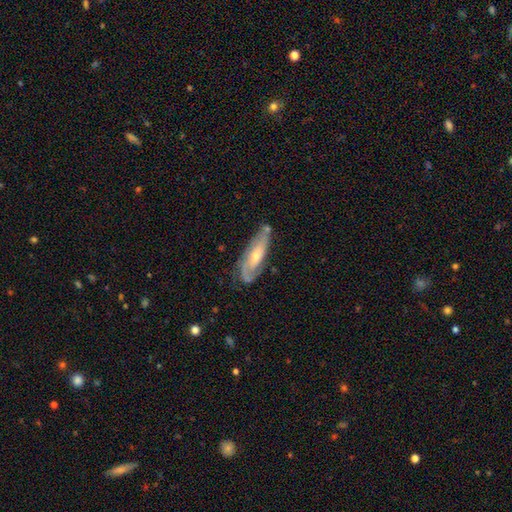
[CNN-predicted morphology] Overall: featured or disk (71%). Edge-on disk: no (79%). Bar: no (61%; weak 30%). Spiral arms: yes (85%). Bulge size: small (50%; moderate 46%). Merging: none (61%; minor disturbance 25%).